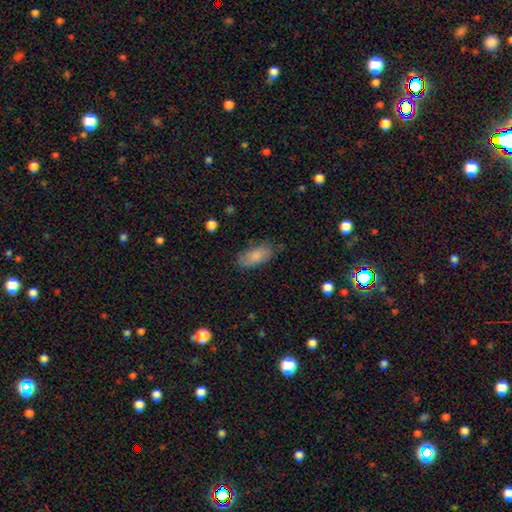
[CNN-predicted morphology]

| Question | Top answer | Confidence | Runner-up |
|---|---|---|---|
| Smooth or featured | smooth | 83% | featured or disk (10%) |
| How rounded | in between | 86% | cigar-shaped (11%) |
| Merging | none | 79% | minor disturbance (16%) |